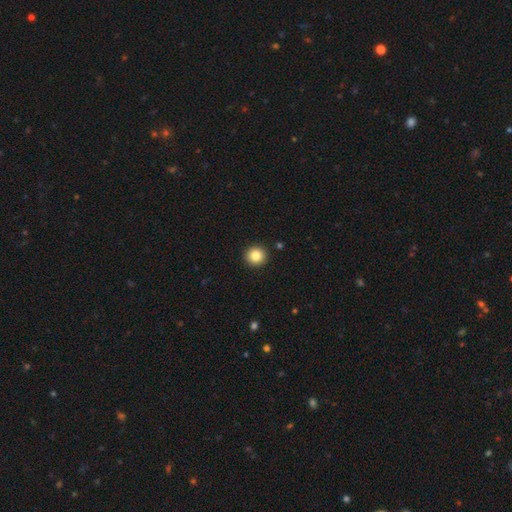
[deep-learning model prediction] Smooth or featured? Predicted: smooth (p=0.84). How rounded? Predicted: round (p=0.94). Merging? Predicted: none (p=0.93).